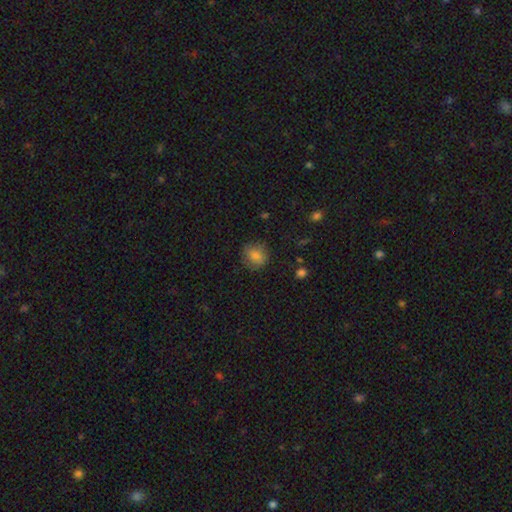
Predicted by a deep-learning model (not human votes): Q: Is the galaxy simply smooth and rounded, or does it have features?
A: smooth — 80%.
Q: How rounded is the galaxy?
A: round — 83%.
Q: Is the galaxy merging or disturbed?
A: none — 81%.